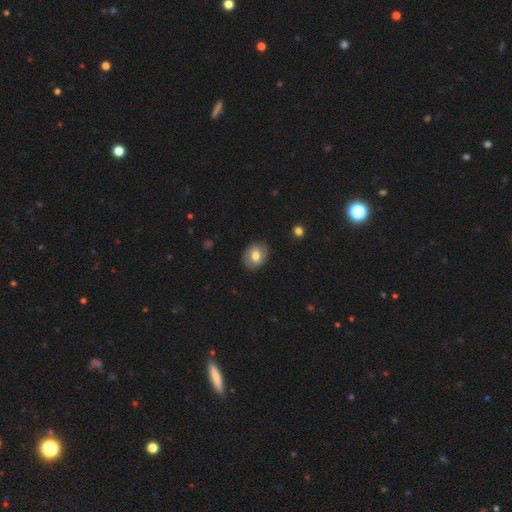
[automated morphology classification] smooth_or_featured: smooth (p=0.69) [alt: featured or disk p=0.23]
how_rounded: in between (p=0.60) [alt: round p=0.39]
merging: none (p=0.85) [alt: minor disturbance p=0.11]